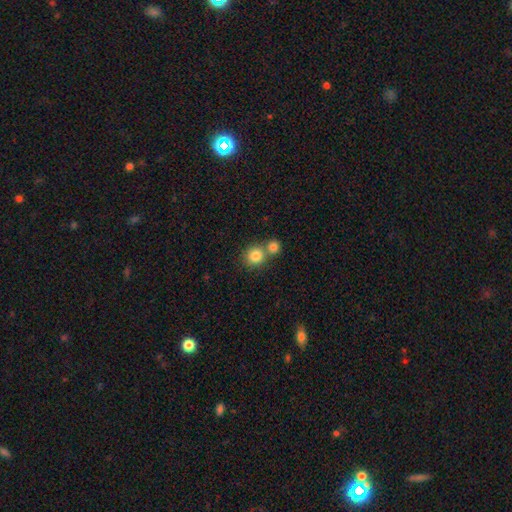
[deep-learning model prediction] Smooth or featured? Predicted: smooth (p=0.82). How rounded? Predicted: round (p=0.85). Merging? Predicted: none (p=0.49).